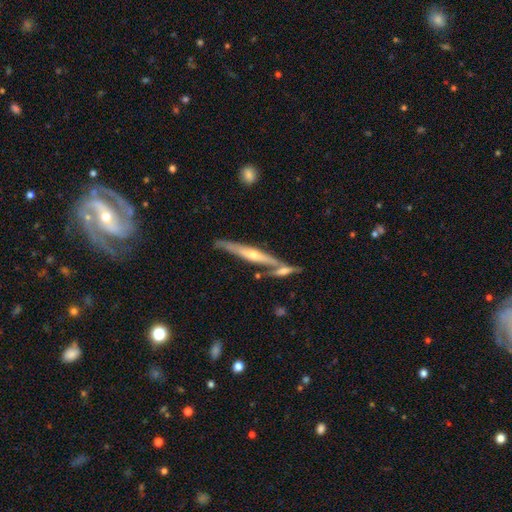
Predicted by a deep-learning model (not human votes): This is clearly a featured or disk galaxy (81%). It is clearly viewed edge-on (93%). Edge-on bulge: likely rounded (79%). Merging: likely none (69%).